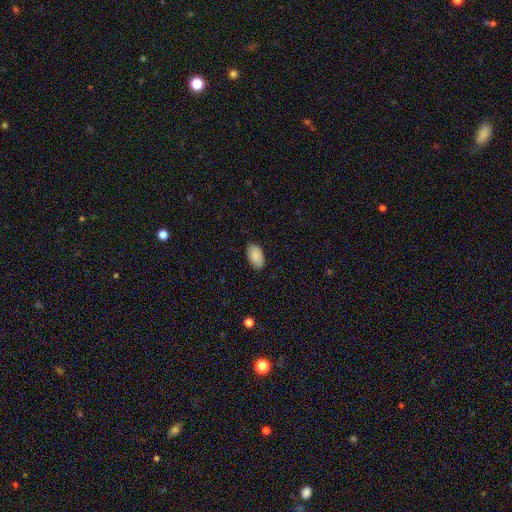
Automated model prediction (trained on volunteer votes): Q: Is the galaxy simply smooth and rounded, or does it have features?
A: smooth — 89%.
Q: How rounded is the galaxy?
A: in between — 95%.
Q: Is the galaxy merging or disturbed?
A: none — 85%.